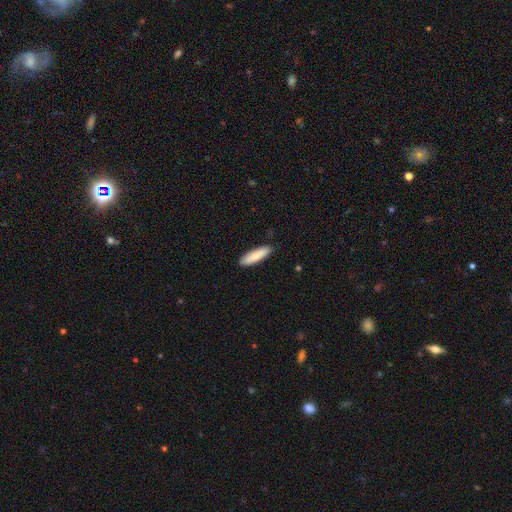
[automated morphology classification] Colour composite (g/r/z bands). It shows a smooth galaxy with no disk features (82%) that is cigar-shaped (65%). Merging: none (87%).